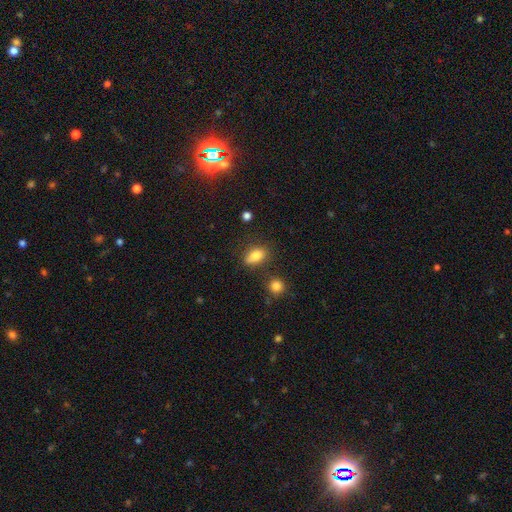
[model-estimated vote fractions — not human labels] Smooth or featured?
  - smooth: 82% *
  - star or artifact: 9%
  - featured or disk: 9%
How rounded?
  - in between: 83% *
  - round: 12%
  - cigar-shaped: 6%
Merging?
  - none: 71% *
  - minor disturbance: 17%
  - merger: 7%
  - major disturbance: 5%